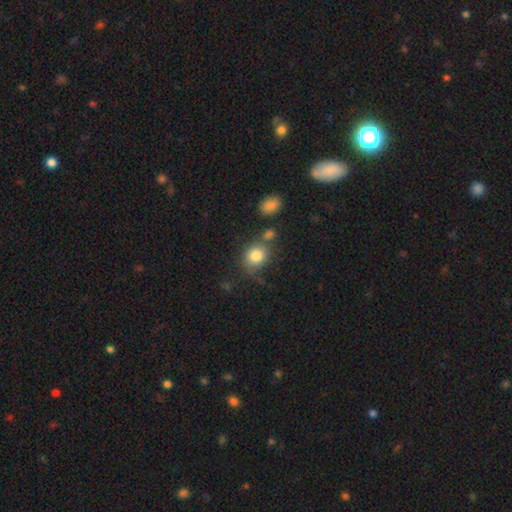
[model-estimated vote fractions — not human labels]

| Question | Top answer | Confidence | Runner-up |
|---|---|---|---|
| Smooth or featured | smooth | 83% | star or artifact (10%) |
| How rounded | round | 68% | in between (31%) |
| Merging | none | 64% | minor disturbance (15%) |